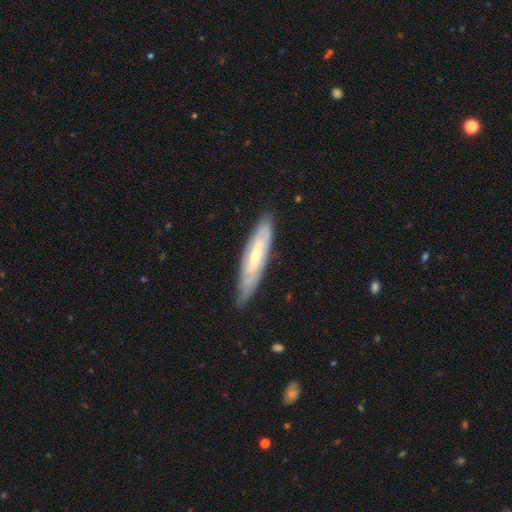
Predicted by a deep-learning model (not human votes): Overall: featured or disk (62%; smooth 32%). Edge-on disk: no (57%; yes 43%). Merging: none (75%).